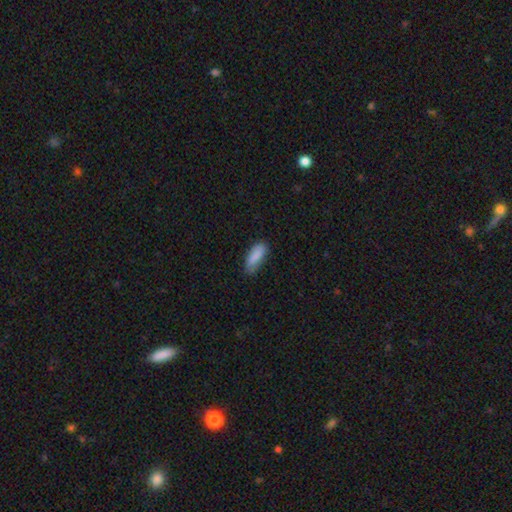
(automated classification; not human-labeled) Smooth or featured? Predicted: smooth (p=0.87). How rounded? Predicted: in between (p=0.70). Merging? Predicted: none (p=0.69).